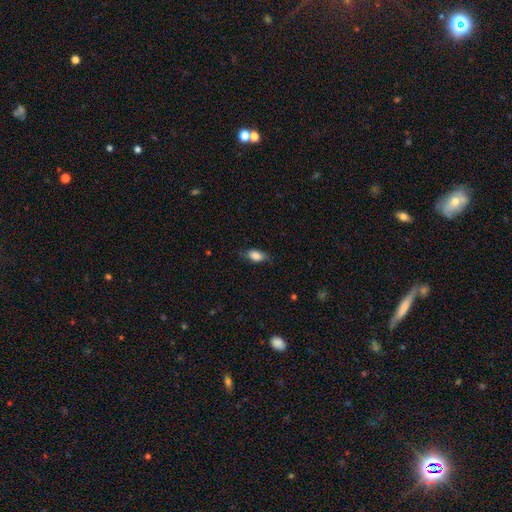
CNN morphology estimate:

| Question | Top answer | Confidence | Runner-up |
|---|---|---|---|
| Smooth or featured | smooth | 83% | featured or disk (10%) |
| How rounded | in between | 87% | cigar-shaped (7%) |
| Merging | none | 71% | minor disturbance (23%) |